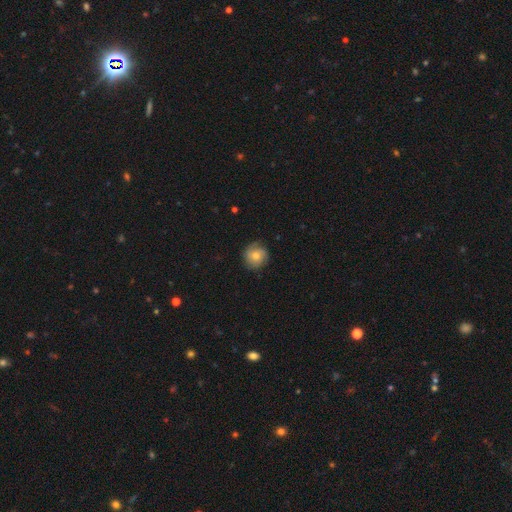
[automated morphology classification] smooth-or-featured: smooth: 58% | featured or disk: 34% | star or artifact: 8%
  how-rounded: round: 89% | in between: 10% | cigar-shaped: 1%
  merging: none: 77% | minor disturbance: 17% | major disturbance: 5% | merger: 1%